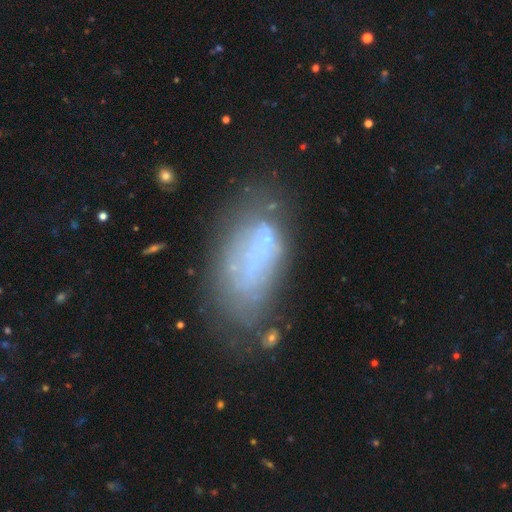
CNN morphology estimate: type=featured or disk (44%); merging=none (41%).